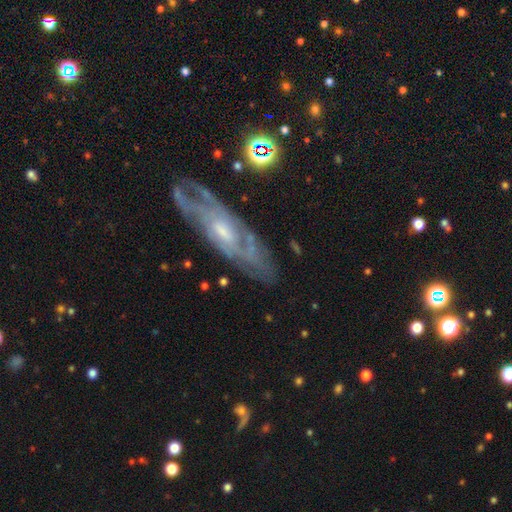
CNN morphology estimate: Smooth or featured? Predicted: featured or disk (p=0.80). Edge-on disk? Predicted: no (p=0.80). Bar? Predicted: no (p=0.51). Spiral arms? Predicted: yes (p=0.87). Spiral winding? Predicted: tight (p=0.55). Spiral arm count? Predicted: can't tell (p=0.54). Bulge size? Predicted: moderate (p=0.46). Merging? Predicted: none (p=0.73).